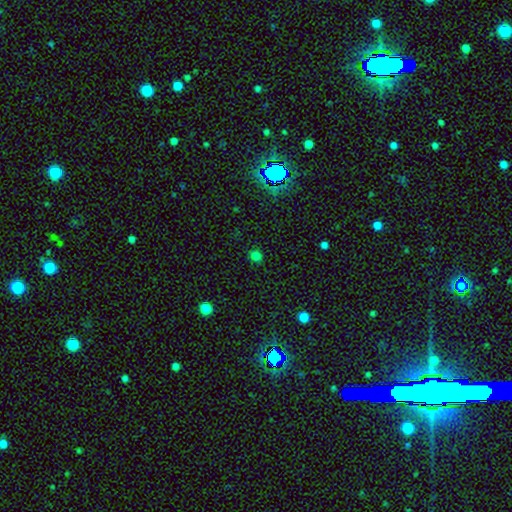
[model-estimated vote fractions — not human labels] Overall: smooth (74%). How rounded: round (79%). Merging: none (89%).